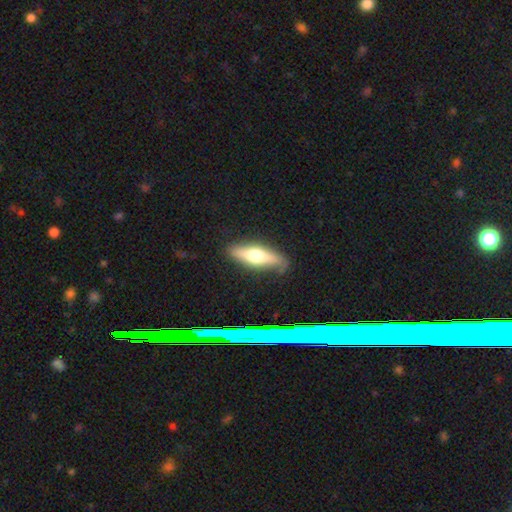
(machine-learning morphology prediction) This appears to be a smooth galaxy with no disk features (51%) that is cigar-shaped (53%). Merging: none (79%).